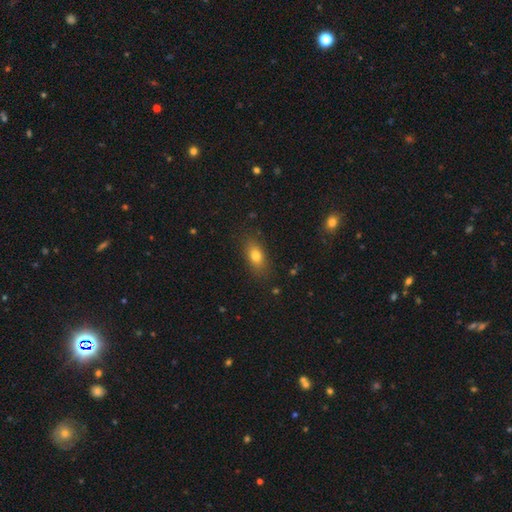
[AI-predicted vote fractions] Smooth or featured? smooth (79%)
How rounded? in between (82%)
Merging? none (84%)